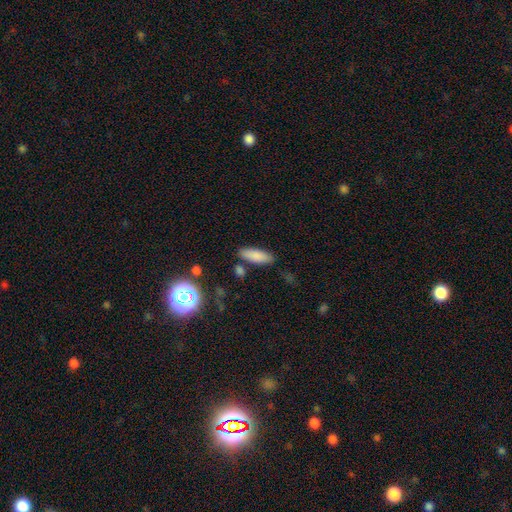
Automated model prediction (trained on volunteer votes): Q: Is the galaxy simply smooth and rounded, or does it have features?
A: smooth — 84%.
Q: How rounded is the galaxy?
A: in between — 64%.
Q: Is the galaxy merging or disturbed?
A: none — 79%.